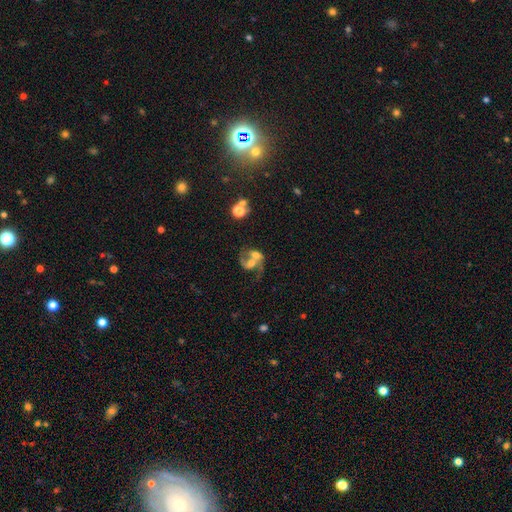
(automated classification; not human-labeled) Smooth or featured?
  - featured or disk: 64% *
  - smooth: 25%
  - star or artifact: 11%
Edge-on disk?
  - no: 97% *
  - yes: 3%
Bar?
  - no: 58% *
  - weak: 30%
  - strong: 12%
Spiral arms?
  - yes: 75% *
  - no: 25%
Bulge size?
  - moderate: 45% *
  - small: 21%
  - large: 17%
  - none: 13%
  - dominant: 3%
Merging?
  - merger: 61% *
  - none: 18%
  - major disturbance: 13%
  - minor disturbance: 8%